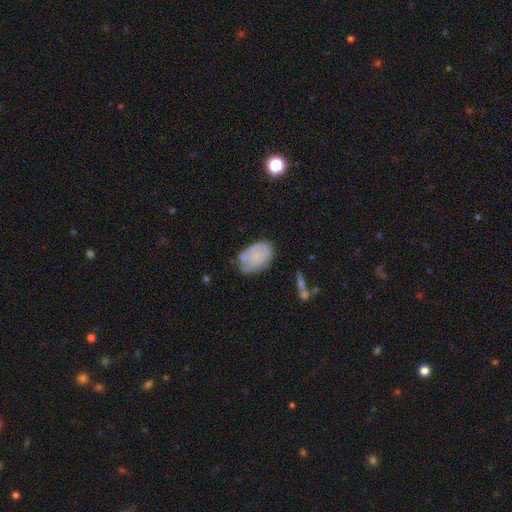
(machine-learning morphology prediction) Overall: smooth (59%; featured or disk 33%). How rounded: in between (87%). Merging: none (55%; minor disturbance 30%).